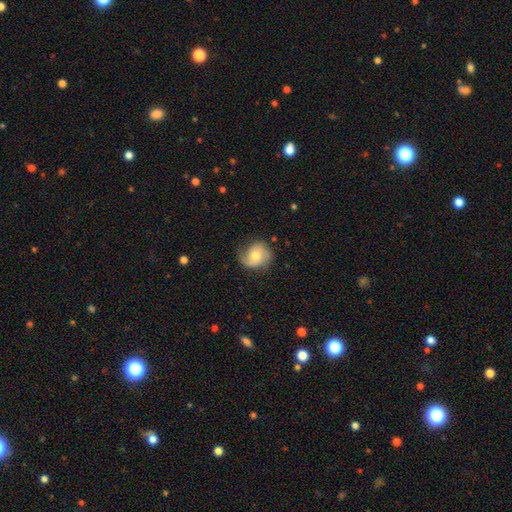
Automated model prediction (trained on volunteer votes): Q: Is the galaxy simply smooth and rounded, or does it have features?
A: featured or disk — 58%.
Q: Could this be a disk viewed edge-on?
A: no — 97%.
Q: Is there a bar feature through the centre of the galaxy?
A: no — 72%.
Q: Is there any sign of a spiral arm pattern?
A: yes — 89%.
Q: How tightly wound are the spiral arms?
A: medium — 41%.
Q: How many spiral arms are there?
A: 2 — 67%.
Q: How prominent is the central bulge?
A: moderate — 66%.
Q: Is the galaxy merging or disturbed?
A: none — 66%.